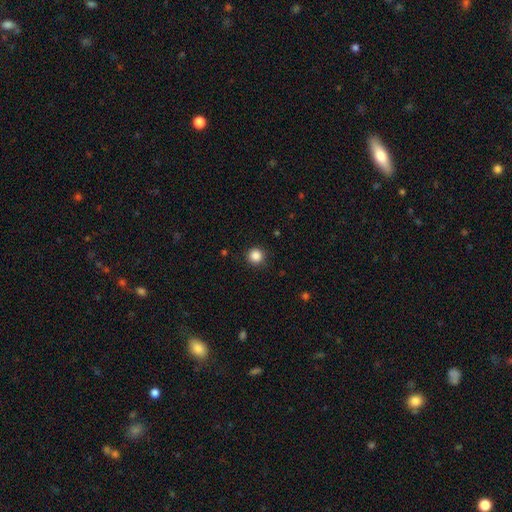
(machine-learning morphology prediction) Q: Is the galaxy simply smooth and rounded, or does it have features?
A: smooth — 86%.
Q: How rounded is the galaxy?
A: round — 95%.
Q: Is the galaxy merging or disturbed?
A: none — 90%.